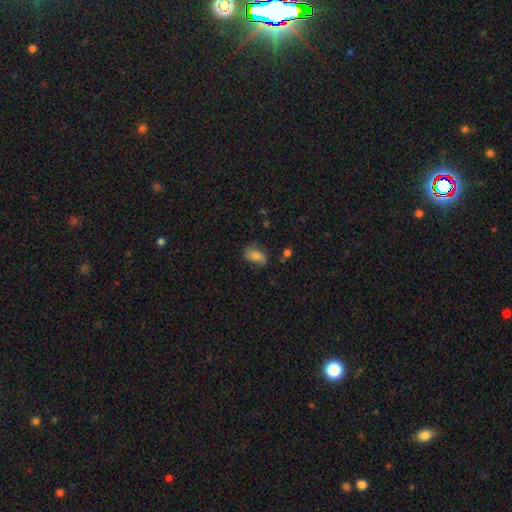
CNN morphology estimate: This appears to be a smooth galaxy with no disk features (79%) that is in between round and cigar-shaped (91%). Merging: none (72%).